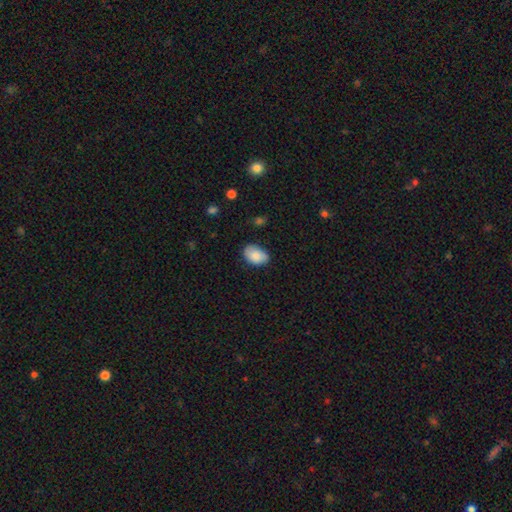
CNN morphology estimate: Overall: smooth (85%). How rounded: in between (87%). Merging: none (72%).